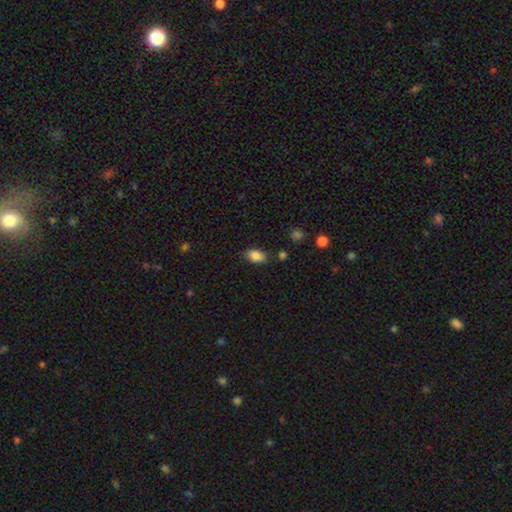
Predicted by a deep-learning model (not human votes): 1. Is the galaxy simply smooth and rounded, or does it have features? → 86% smooth, 8% star or artifact, 6% featured or disk.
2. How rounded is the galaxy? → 91% in between, 6% round, 2% cigar-shaped.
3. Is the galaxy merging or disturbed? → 82% none, 12% minor disturbance, 3% major disturbance, 3% merger.